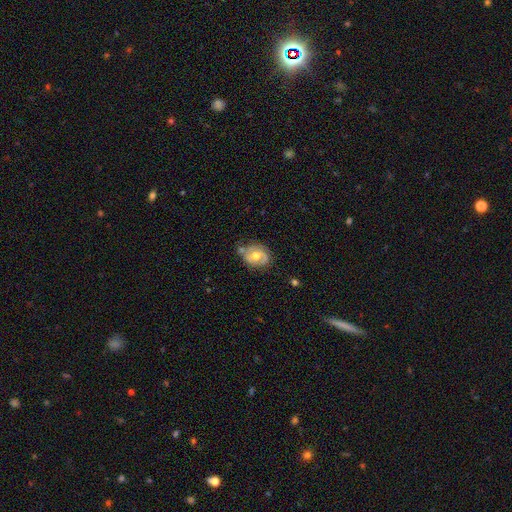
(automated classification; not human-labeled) The model was most divided on "smooth or featured": featured or disk: 63%, smooth: 30%, star or artifact: 7%. More confident: edge-on disk — no (96%); bulge size — moderate (77%); spiral arms — yes (70%); bar — no (67%); merging — none (61%).